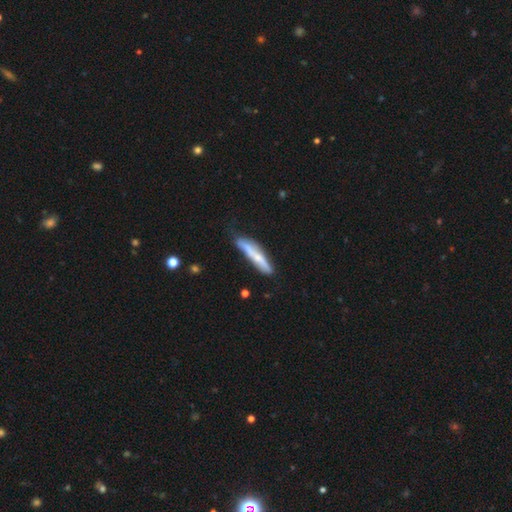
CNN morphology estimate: smooth 50%, featured or disk 44%, star or artifact 6%. Down the decision tree: how rounded — cigar-shaped (89%); merging — none (65%).